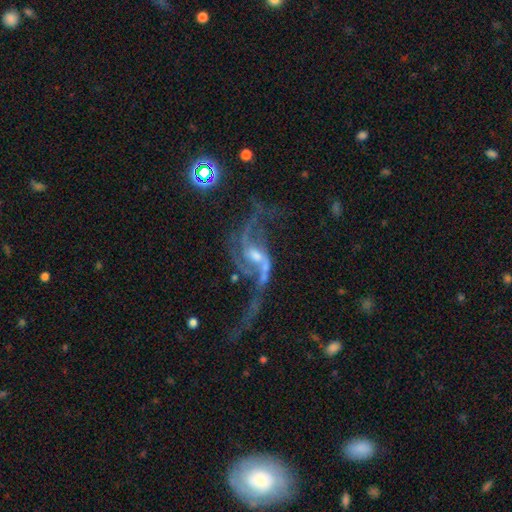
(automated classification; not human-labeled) smooth-or-featured: featured or disk: 87% | star or artifact: 8% | smooth: 5%
  disk-edge-on: no: 96% | yes: 4%
    bar: weak: 47% | no: 34% | strong: 19%
    has-spiral-arms: yes: 94% | no: 6%
      spiral-winding: loose: 71% | medium: 23% | tight: 6%
      spiral-arm-count: 2: 65% | 3: 11% | can't tell: 9% | 1: 6% | 4: 5% | more than 4: 4%
    bulge-size: moderate: 49% | small: 38% | none: 6% | large: 5% | dominant: 1%
  merging: major disturbance: 40% | none: 31% | merger: 15% | minor disturbance: 14%